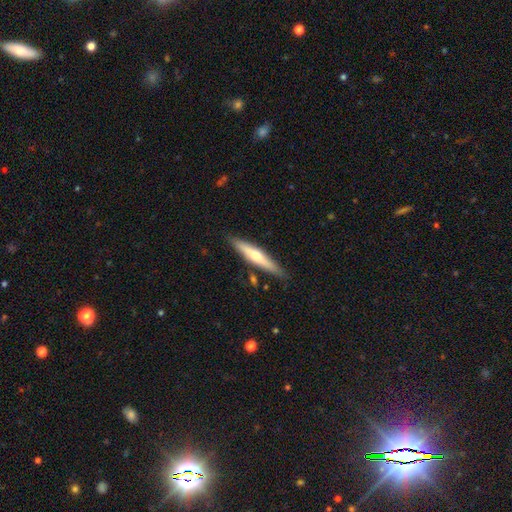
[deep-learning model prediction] This is possibly a featured or disk galaxy (49%). Merging: clearly none (84%).